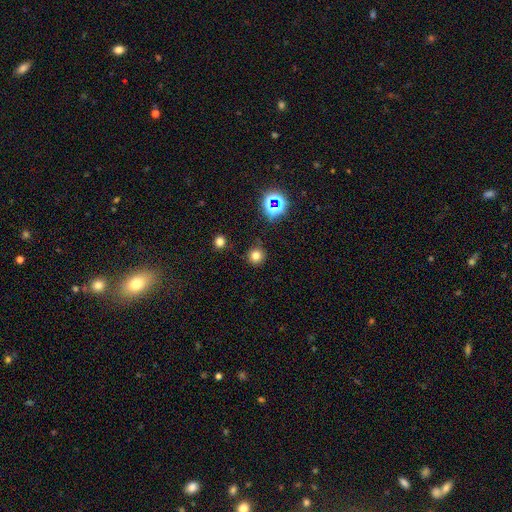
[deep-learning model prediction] Overall: smooth (74%). How rounded: round (94%). Merging: none (87%).